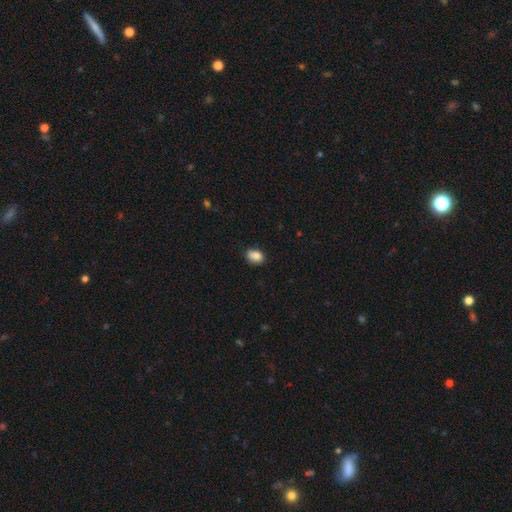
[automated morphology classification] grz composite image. It shows a smooth galaxy with no disk features (82%) that is in between round and cigar-shaped (67%). Merging: none (67%).